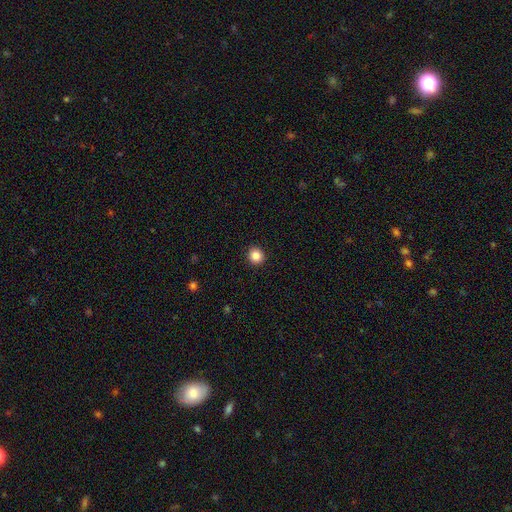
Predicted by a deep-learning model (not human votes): A smooth galaxy with no disk features (86%) that is round (92%). Merging: none (93%).